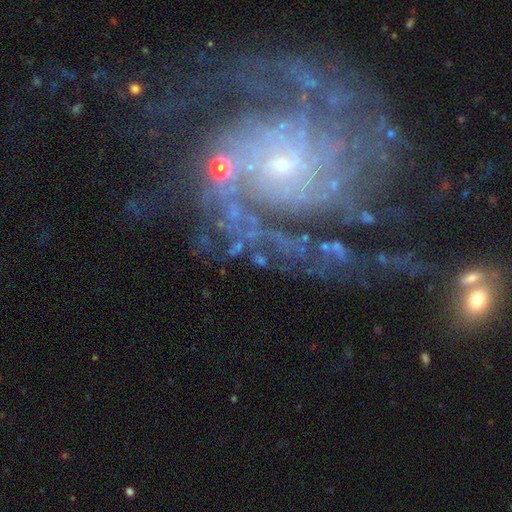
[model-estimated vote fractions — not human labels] The model was most divided on "spiral arm count": can't tell: 25%, 2: 21%, 3: 17%, 4: 16%, more than 4: 12%, 1: 10%. More confident: edge-on disk — no (97%); spiral arms — yes (96%); smooth or featured — featured or disk (86%); bulge size — small (80%); merging — none (59%); bar — no (58%); spiral winding — tight (51%).